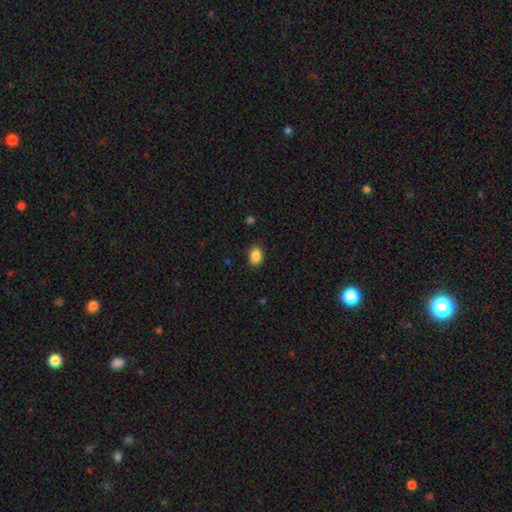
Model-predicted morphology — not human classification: Smooth or featured? smooth (88%)
How rounded? in between (73%)
Merging? none (88%)